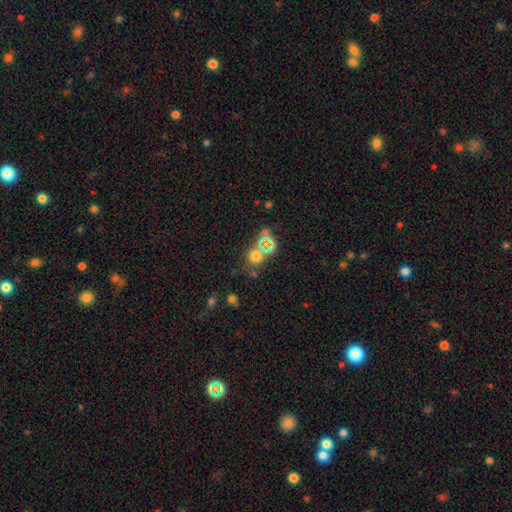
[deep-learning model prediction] A smooth galaxy with no disk features (57%) that is round (80%).

Vote fractions:
- Smooth or featured? smooth: 57% / star or artifact: 33% / featured or disk: 10%
- How rounded? round: 80% / in between: 19% / cigar-shaped: 1%
- Merging? none: 65% / merger: 18% / minor disturbance: 11% / major disturbance: 6%